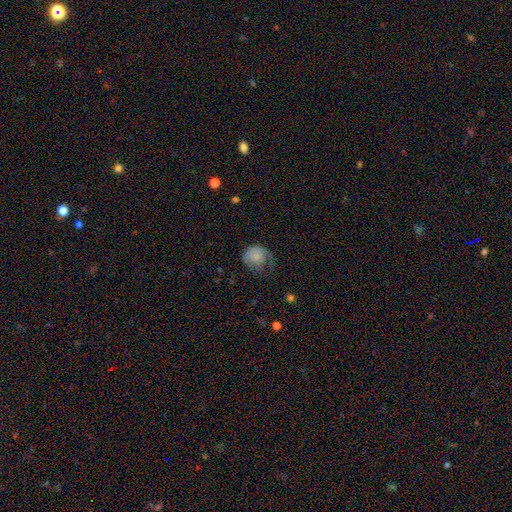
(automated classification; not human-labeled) The model was most divided on "merging": major disturbance: 34%, minor disturbance: 32%, none: 32%, merger: 2%. More confident: smooth or featured — smooth (72%); how rounded — round (70%).